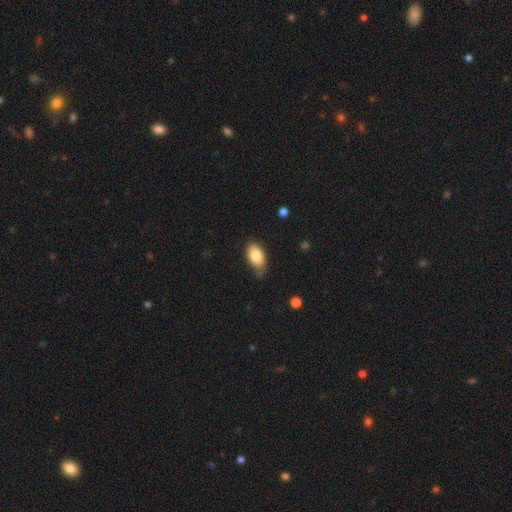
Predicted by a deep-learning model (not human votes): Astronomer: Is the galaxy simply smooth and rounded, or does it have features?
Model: smooth — 82%.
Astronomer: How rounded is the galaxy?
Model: in between — 93%.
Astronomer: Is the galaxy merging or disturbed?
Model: none — 60%.